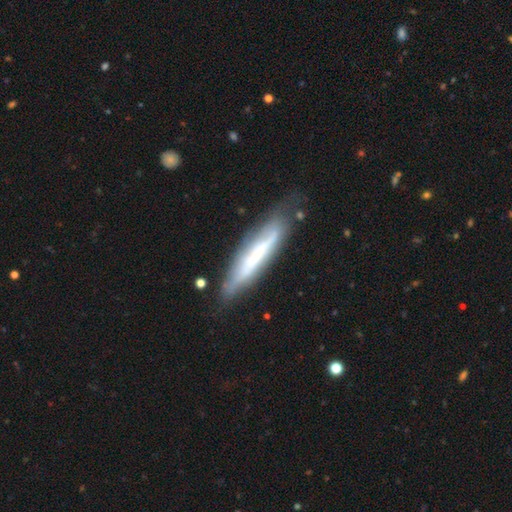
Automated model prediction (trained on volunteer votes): Smooth or featured? featured or disk (62%)
Edge-on disk? yes (63%)
Merging? none (69%)